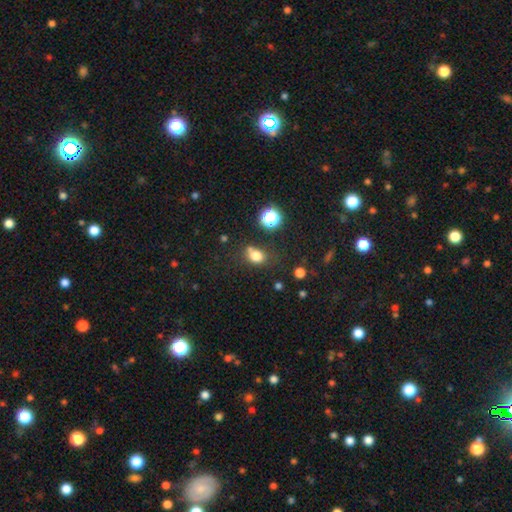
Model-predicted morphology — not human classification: Smooth or featured? Predicted: smooth (p=0.76). How rounded? Predicted: in between (p=0.51). Merging? Predicted: none (p=0.59).